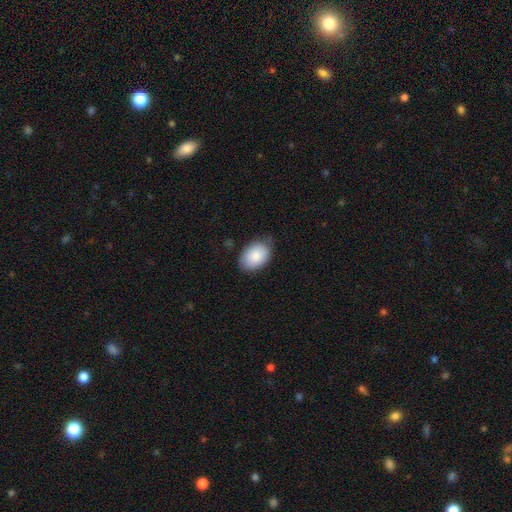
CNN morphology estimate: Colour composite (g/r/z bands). It shows a smooth galaxy with no disk features (86%) that is in between round and cigar-shaped (84%). Merging: none (74%).